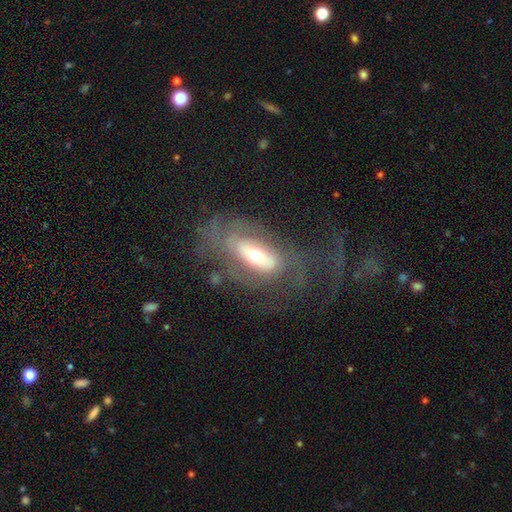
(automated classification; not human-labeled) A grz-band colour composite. It shows a featured or disk galaxy (70%) with no bar (48%), spiral arms (64%) and a moderate central bulge (58%). Merging: major disturbance (41%).